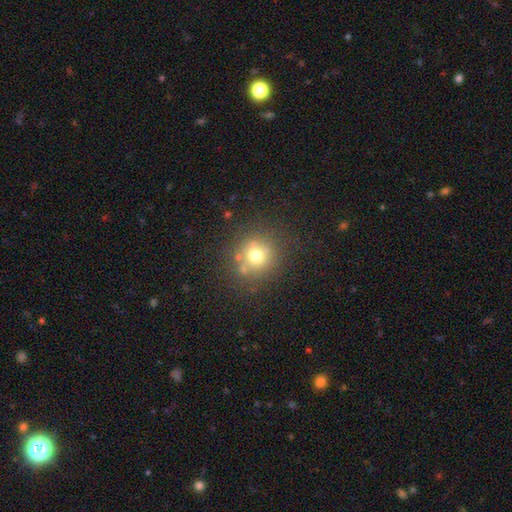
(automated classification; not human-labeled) Smooth or featured? Predicted: smooth (p=0.68). How rounded? Predicted: round (p=0.89). Merging? Predicted: none (p=0.74).